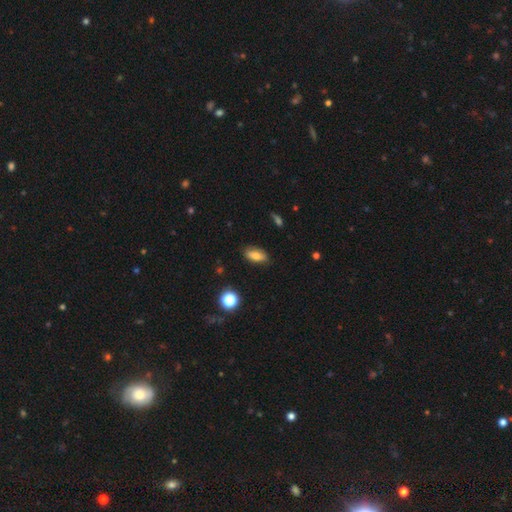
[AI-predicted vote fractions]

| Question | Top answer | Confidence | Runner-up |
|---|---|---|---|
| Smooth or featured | smooth | 75% | featured or disk (17%) |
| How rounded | in between | 82% | cigar-shaped (14%) |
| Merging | none | 84% | minor disturbance (12%) |